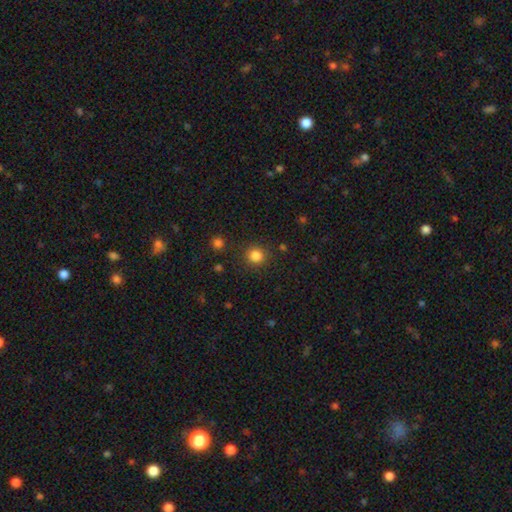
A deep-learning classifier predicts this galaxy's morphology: Smooth or featured? Predicted: smooth (p=0.84). How rounded? Predicted: round (p=0.92). Merging? Predicted: none (p=0.88).